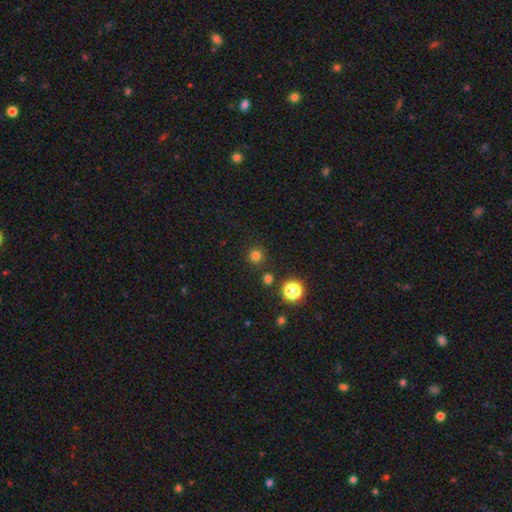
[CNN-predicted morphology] Overall: smooth (77%). How rounded: round (95%). Merging: none (89%).